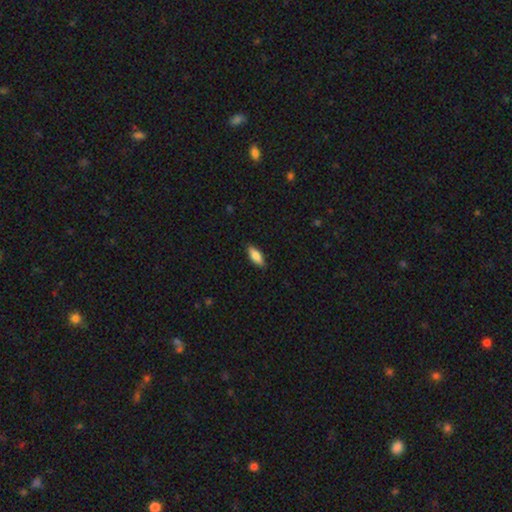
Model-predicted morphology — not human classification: Smooth or featured? Predicted: smooth (p=0.82). How rounded? Predicted: in between (p=0.73). Merging? Predicted: none (p=0.87).